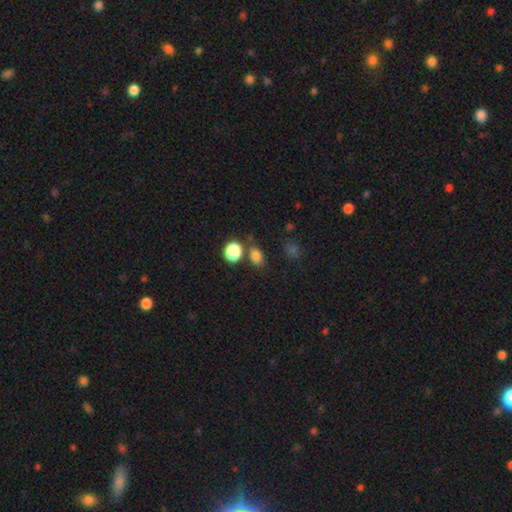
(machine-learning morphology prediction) This is likely a smooth galaxy (78%). How rounded: likely in between (62%). Merging: likely none (72%).